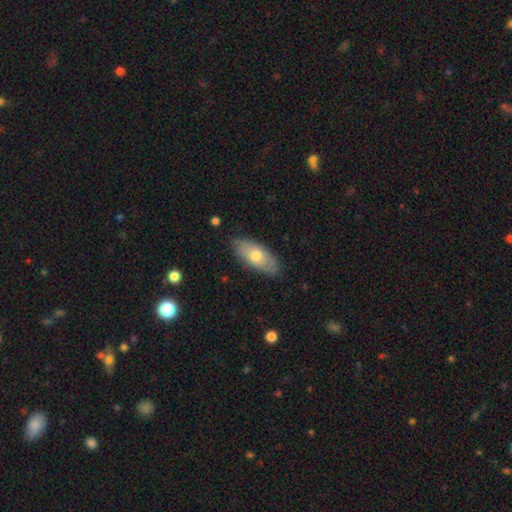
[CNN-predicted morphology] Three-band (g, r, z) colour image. It shows a smooth galaxy with no disk features (63%) that is in between round and cigar-shaped (87%). Merging: none (83%).